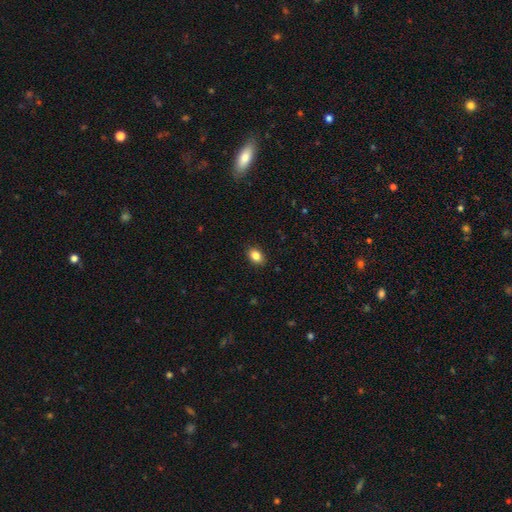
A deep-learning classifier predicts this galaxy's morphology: This is clearly a smooth galaxy (85%). How rounded: likely in between (79%). Merging: clearly none (89%).